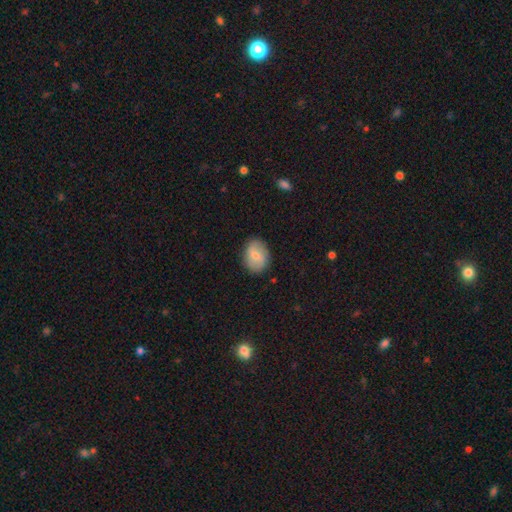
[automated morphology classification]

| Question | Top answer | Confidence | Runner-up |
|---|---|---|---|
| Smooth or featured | smooth | 65% | featured or disk (28%) |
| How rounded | in between | 64% | round (34%) |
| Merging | none | 85% | minor disturbance (11%) |